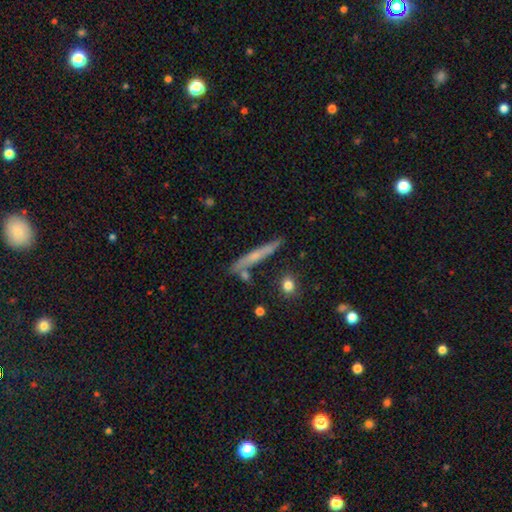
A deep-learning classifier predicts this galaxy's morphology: A featured or disk galaxy (52%) viewed edge-on (93%). Merging: none (78%).